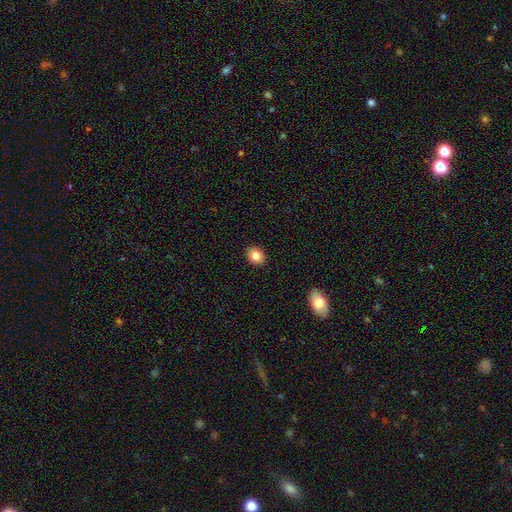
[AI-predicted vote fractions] Q: Smooth or featured?
A: smooth (83%); runner-up: star or artifact (9%)
Q: How rounded?
A: in between (51%); runner-up: round (48%)
Q: Merging?
A: none (91%); runner-up: minor disturbance (7%)